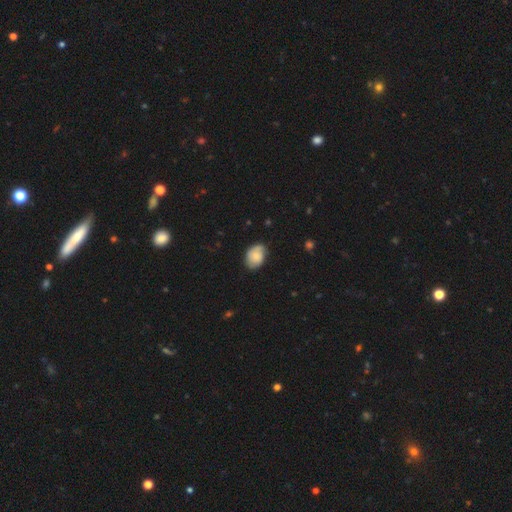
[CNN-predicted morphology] A smooth galaxy with no disk features (69%) that is in between round and cigar-shaped (74%).

Vote fractions:
- Smooth or featured? smooth: 69% / featured or disk: 24% / star or artifact: 8%
- How rounded? in between: 74% / round: 25% / cigar-shaped: 1%
- Merging? none: 66% / minor disturbance: 27% / major disturbance: 5% / merger: 1%